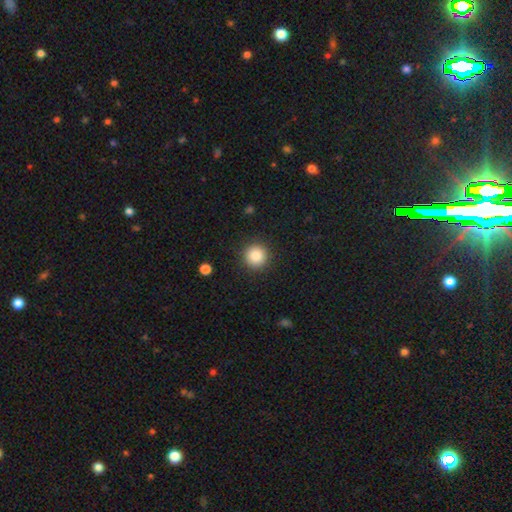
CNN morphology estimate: Smooth or featured? Predicted: smooth (p=0.87). How rounded? Predicted: round (p=0.95). Merging? Predicted: none (p=0.91).